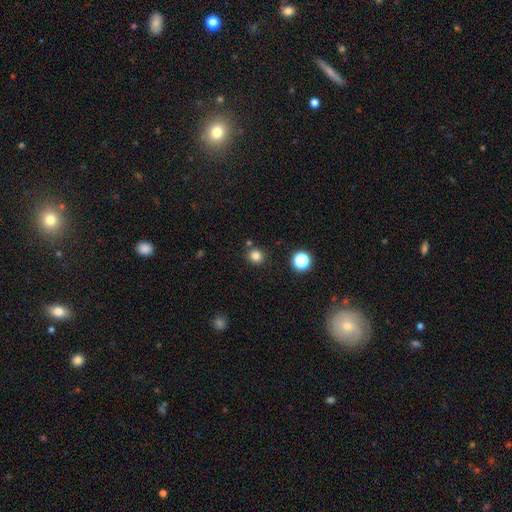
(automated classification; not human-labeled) The model was most divided on "smooth or featured": smooth: 81%, star or artifact: 14%, featured or disk: 5%. More confident: how rounded — round (87%); merging — none (84%).